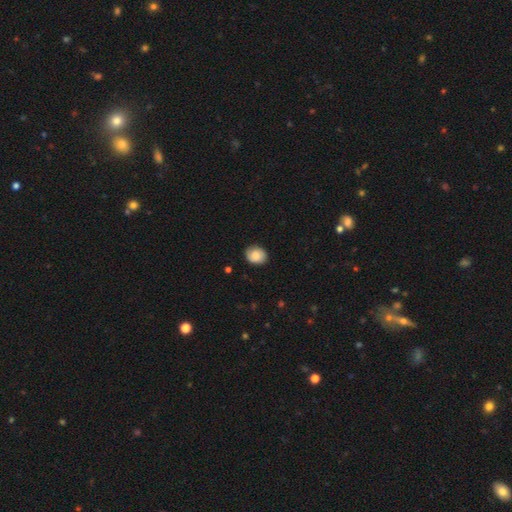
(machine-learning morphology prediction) Smooth or featured? smooth (84%)
How rounded? round (63%)
Merging? none (86%)